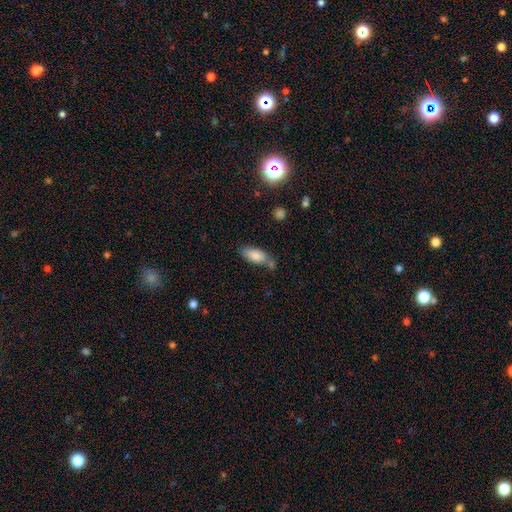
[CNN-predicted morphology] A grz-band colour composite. It shows a smooth galaxy with no disk features (82%) that is in between round and cigar-shaped (80%). Merging: none (56%).